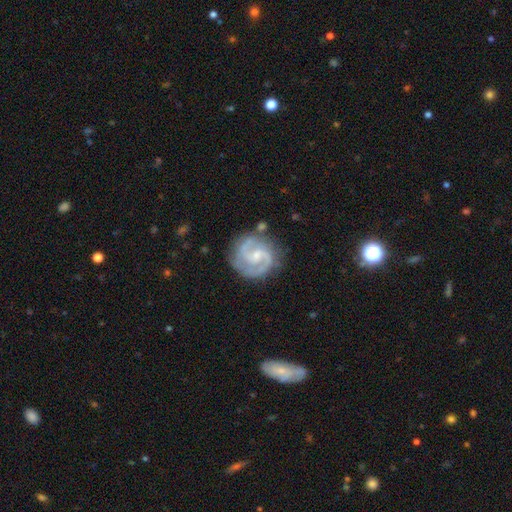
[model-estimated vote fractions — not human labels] Smooth or featured? Predicted: featured or disk (p=0.89). Edge-on disk? Predicted: no (p=0.98). Bar? Predicted: weak (p=0.47). Spiral arms? Predicted: yes (p=0.98). Spiral winding? Predicted: medium (p=0.52). Spiral arm count? Predicted: 2 (p=0.86). Bulge size? Predicted: small (p=0.63). Merging? Predicted: none (p=0.77).